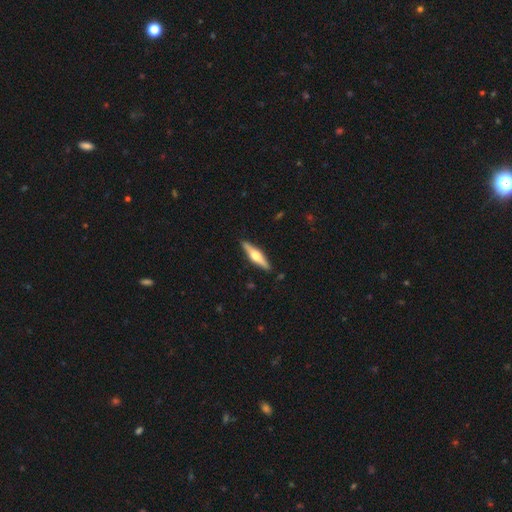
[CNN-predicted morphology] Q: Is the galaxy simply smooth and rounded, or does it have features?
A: featured or disk — 66%.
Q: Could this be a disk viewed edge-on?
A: yes — 97%.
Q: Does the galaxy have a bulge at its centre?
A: rounded — 92%.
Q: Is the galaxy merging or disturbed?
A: none — 90%.